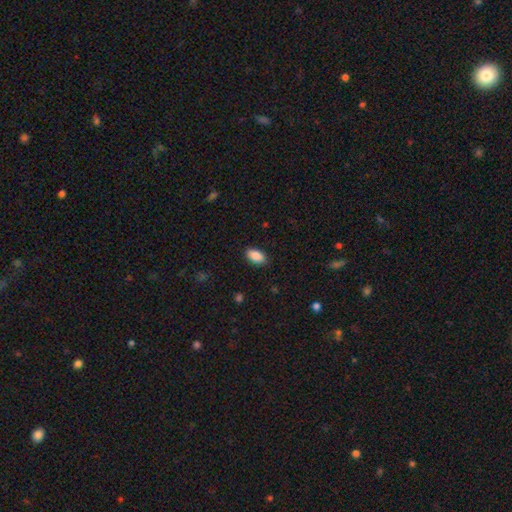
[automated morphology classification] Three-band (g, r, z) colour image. It shows a smooth galaxy with no disk features (89%) that is in between round and cigar-shaped (93%). Merging: none (88%).